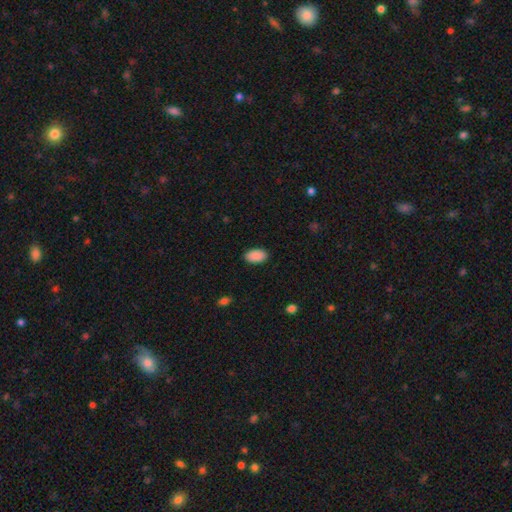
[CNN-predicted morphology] smooth 90%, star or artifact 7%, featured or disk 3%. Down the decision tree: how rounded — in between (94%); merging — none (88%).